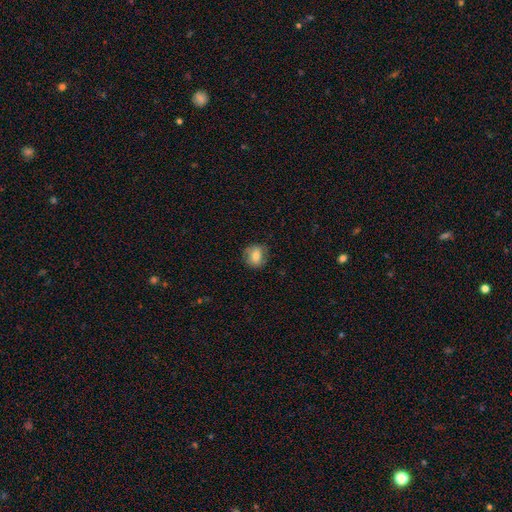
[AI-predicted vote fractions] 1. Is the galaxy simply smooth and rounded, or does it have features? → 69% smooth, 22% featured or disk, 9% star or artifact.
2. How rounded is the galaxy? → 69% round, 30% in between, 1% cigar-shaped.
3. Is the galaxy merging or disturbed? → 77% none, 17% minor disturbance, 5% major disturbance, 1% merger.